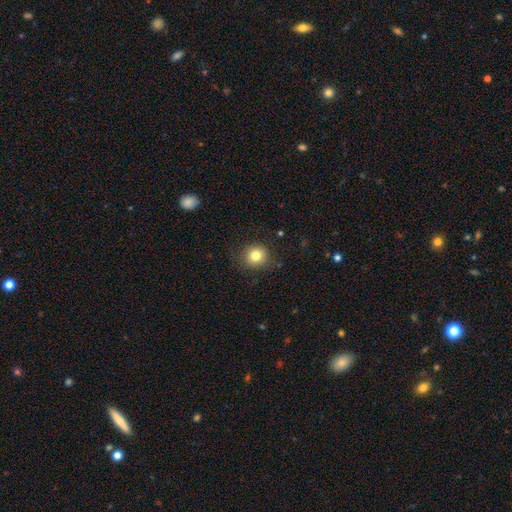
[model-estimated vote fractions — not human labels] This is clearly a smooth galaxy (82%). How rounded: clearly round (89%). Merging: clearly none (84%).